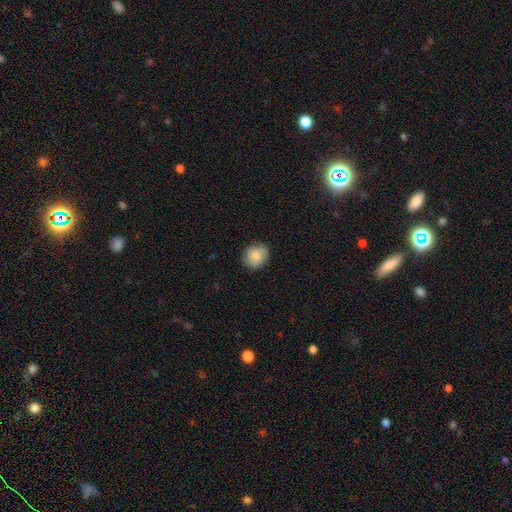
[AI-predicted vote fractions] Smooth or featured? Predicted: smooth (p=0.83). How rounded? Predicted: round (p=0.73). Merging? Predicted: none (p=0.83).